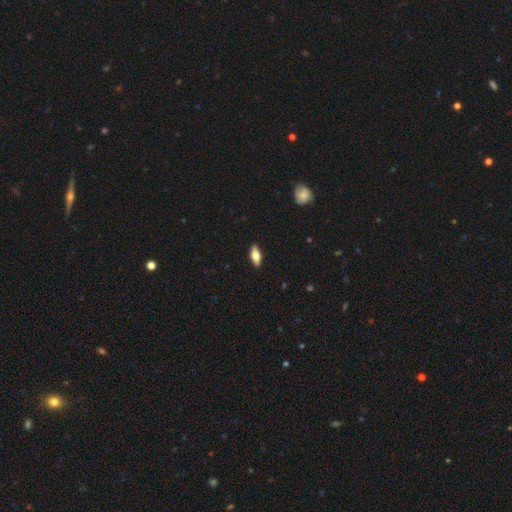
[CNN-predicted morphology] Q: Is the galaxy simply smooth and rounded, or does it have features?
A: smooth — 55%.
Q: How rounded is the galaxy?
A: in between — 72%.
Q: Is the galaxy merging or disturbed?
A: none — 89%.